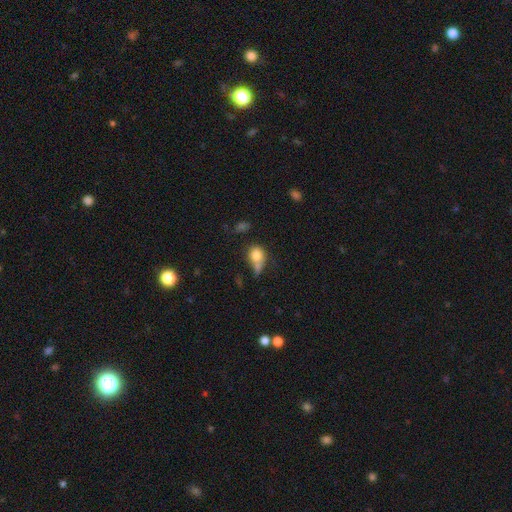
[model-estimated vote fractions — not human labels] This is likely a smooth galaxy (78%). How rounded: likely round (67%). Merging: marginally none (39%).